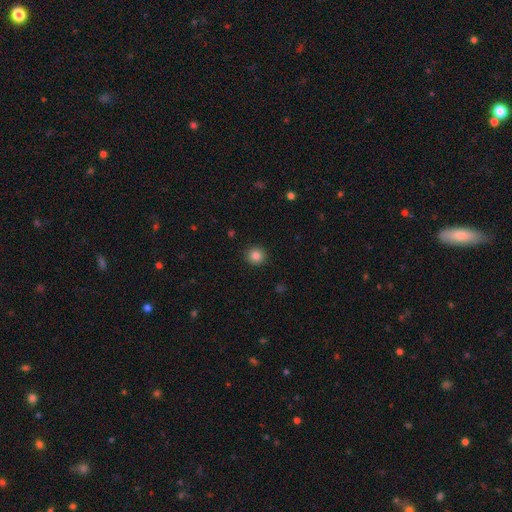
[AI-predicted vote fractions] smooth-or-featured: smooth: 85% | star or artifact: 10% | featured or disk: 4%
  how-rounded: round: 93% | in between: 6% | cigar-shaped: 1%
  merging: none: 92% | minor disturbance: 5% | major disturbance: 2% | merger: 1%